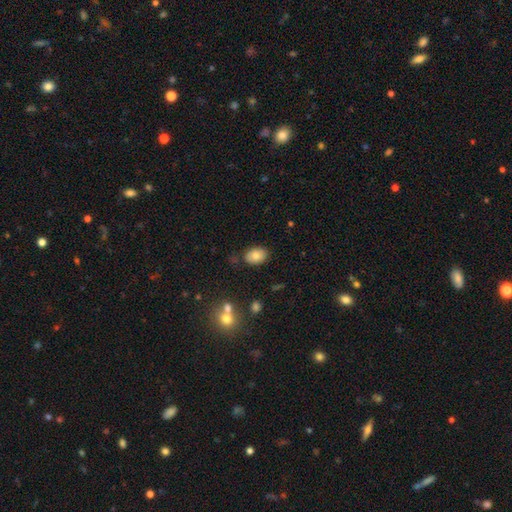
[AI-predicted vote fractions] smooth 80%, featured or disk 11%, star or artifact 9%. Down the decision tree: how rounded — in between (81%); merging — none (80%).